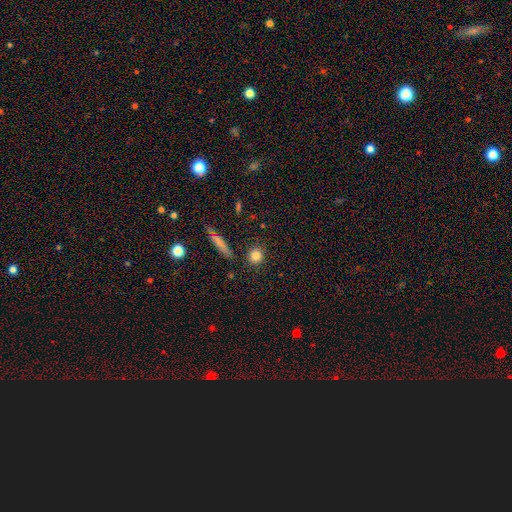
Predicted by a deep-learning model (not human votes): Smooth or featured? smooth (82%)
How rounded? round (82%)
Merging? none (86%)